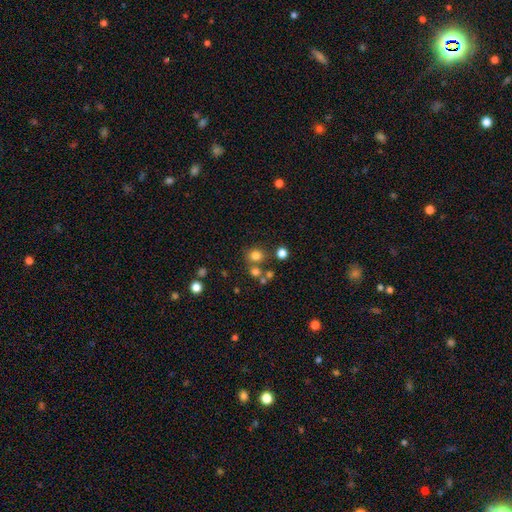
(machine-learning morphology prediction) smooth_or_featured: smooth (p=0.77) [alt: star or artifact p=0.16]
how_rounded: round (p=0.78) [alt: in between p=0.21]
merging: none (p=0.69) [alt: merger p=0.17]